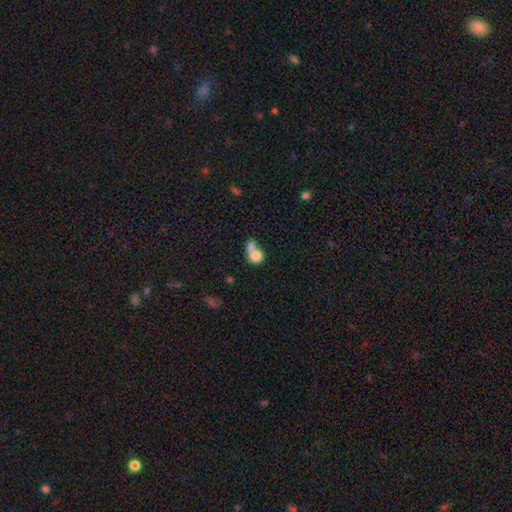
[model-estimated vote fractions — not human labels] Morphology: type=smooth (79%); roundness=round (76%); merging=merger (62%).